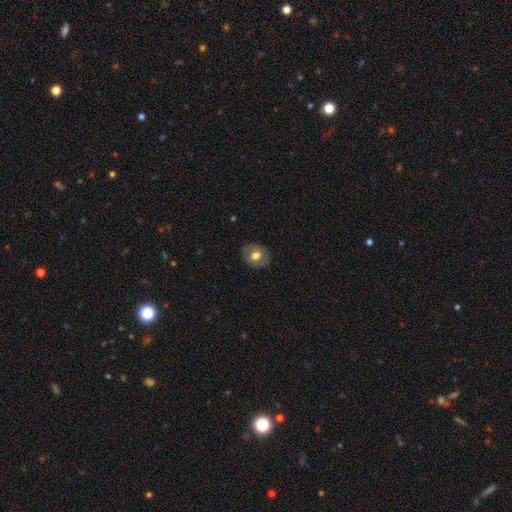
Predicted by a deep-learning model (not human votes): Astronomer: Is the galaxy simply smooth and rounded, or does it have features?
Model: smooth — 62%.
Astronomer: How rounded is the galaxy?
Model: round — 62%.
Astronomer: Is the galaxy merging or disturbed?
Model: none — 84%.